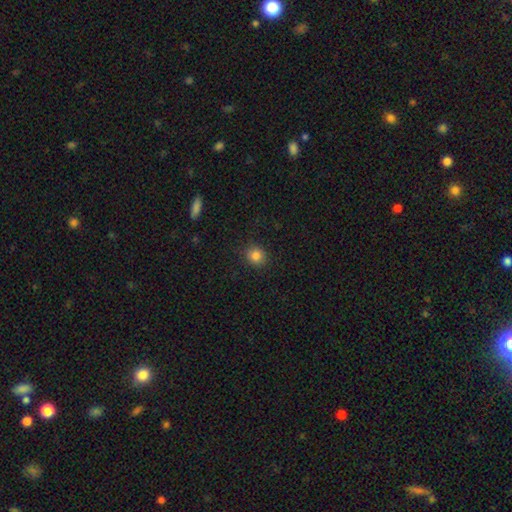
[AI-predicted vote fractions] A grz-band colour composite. It shows a smooth galaxy with no disk features (84%) that is round (84%). Merging: none (89%).